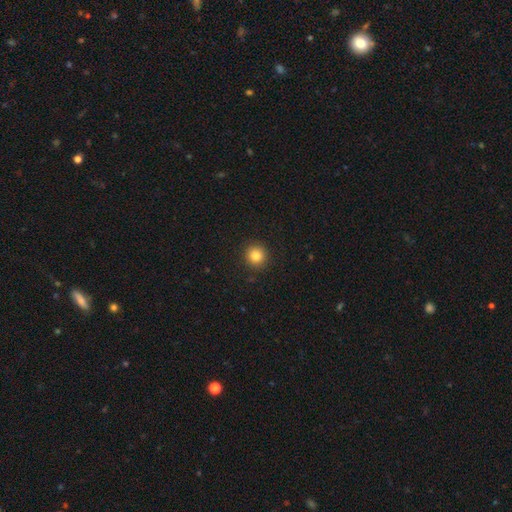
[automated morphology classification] A smooth galaxy with no disk features (83%) that is round (94%).

Vote fractions:
- Smooth or featured? smooth: 83% / star or artifact: 11% / featured or disk: 6%
- How rounded? round: 94% / in between: 5% / cigar-shaped: 1%
- Merging? none: 92% / minor disturbance: 5% / major disturbance: 2% / merger: 1%